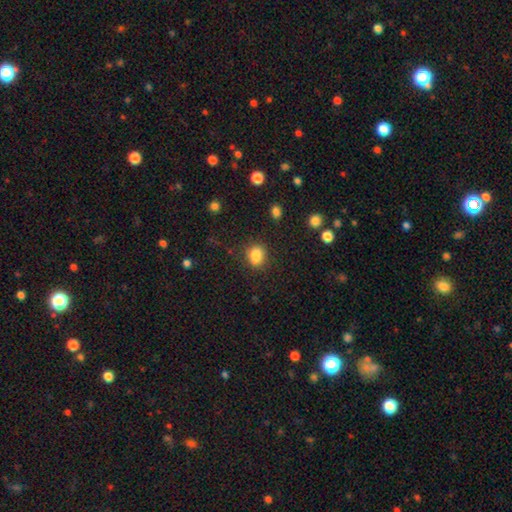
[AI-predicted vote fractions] Smooth or featured: smooth — 83% (star or artifact — 11%)
How rounded: round — 57% (in between — 42%)
Merging: none — 75% (minor disturbance — 15%)